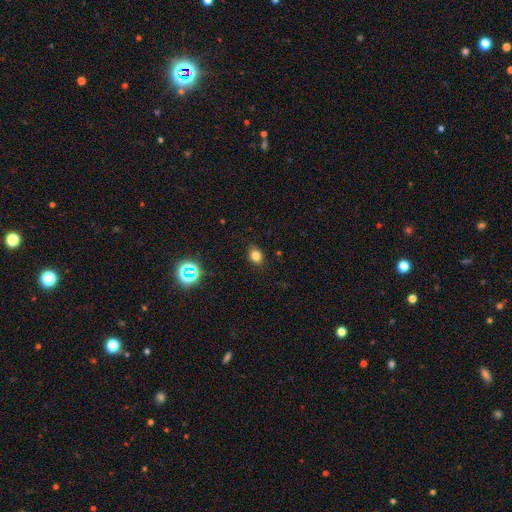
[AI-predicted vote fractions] Q: Smooth or featured?
A: smooth (79%); runner-up: star or artifact (15%)
Q: How rounded?
A: round (52%); runner-up: in between (47%)
Q: Merging?
A: none (86%); runner-up: minor disturbance (10%)